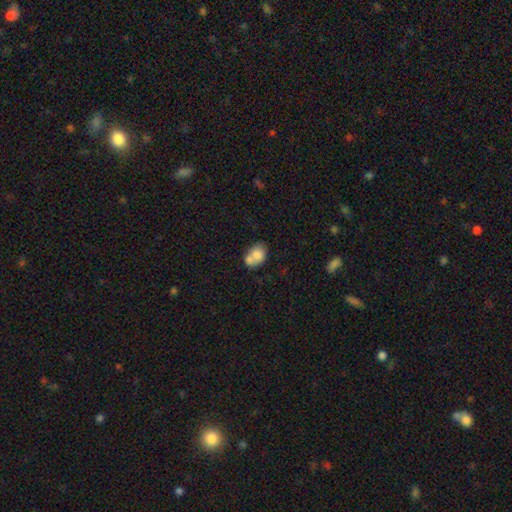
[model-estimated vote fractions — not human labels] Morphology: type=smooth (76%); roundness=in between (71%); merging=merger (44%).